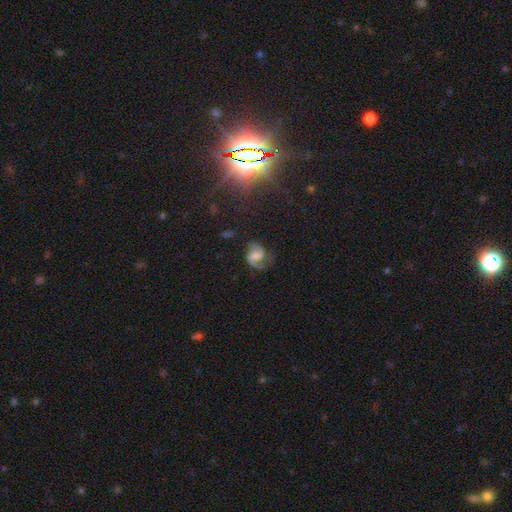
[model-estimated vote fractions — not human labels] A featured or disk galaxy (84%) with a weak bar (48%), 2 (91%) medium (52%) spiral arms (97%) and no central bulge (42%).

Vote fractions:
- Smooth or featured? featured or disk: 84% / smooth: 9% / star or artifact: 7%
- Edge-on disk? no: 98% / yes: 2%
- Bar? weak: 48% / no: 35% / strong: 17%
- Spiral arms? yes: 97% / no: 3%
- Spiral winding? medium: 52% / loose: 33% / tight: 14%
- Spiral arm count? 2: 91% / 1: 4% / can't tell: 3% / 3: 1% / 4: 1% / more than 4: 1%
- Bulge size? none: 42% / moderate: 23% / small: 23% / large: 10% / dominant: 2%
- Merging? none: 72% / minor disturbance: 17% / major disturbance: 9% / merger: 2%